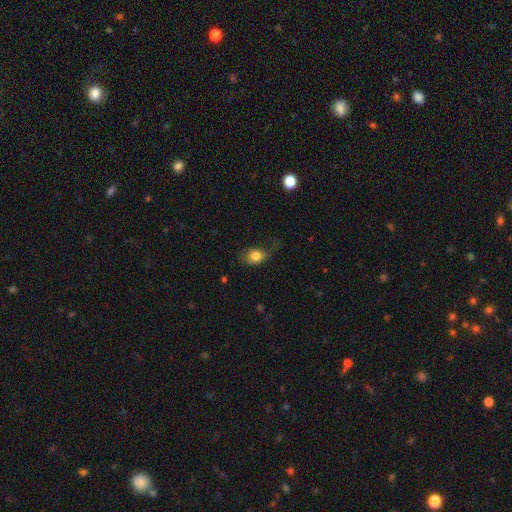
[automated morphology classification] Smooth or featured: smooth — 80% (featured or disk — 11%)
How rounded: in between — 63% (round — 35%)
Merging: none — 50% (minor disturbance — 31%)